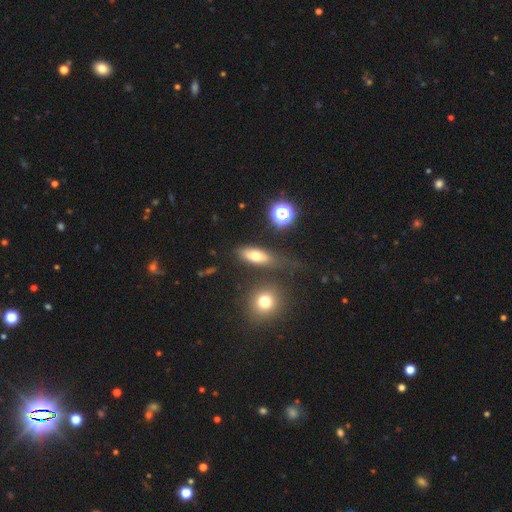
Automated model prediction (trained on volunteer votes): This is likely a smooth galaxy (63%). How rounded: likely in between (67%). Merging: likely none (65%).